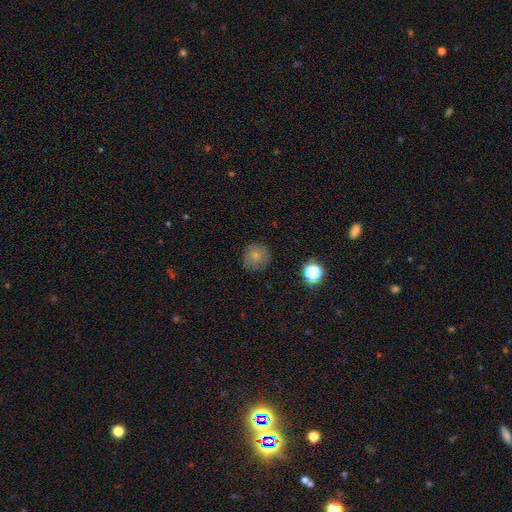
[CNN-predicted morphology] Smooth or featured? smooth (78%)
How rounded? round (93%)
Merging? none (84%)